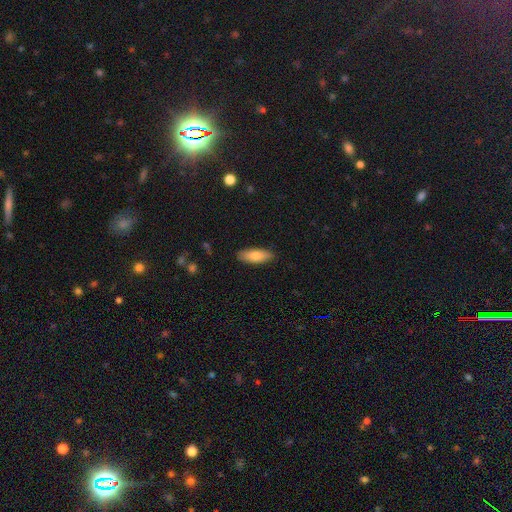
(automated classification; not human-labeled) smooth-or-featured: smooth: 80% | featured or disk: 14% | star or artifact: 6%
  how-rounded: in between: 68% | cigar-shaped: 30% | round: 2%
  merging: none: 87% | minor disturbance: 10% | major disturbance: 2% | merger: 1%